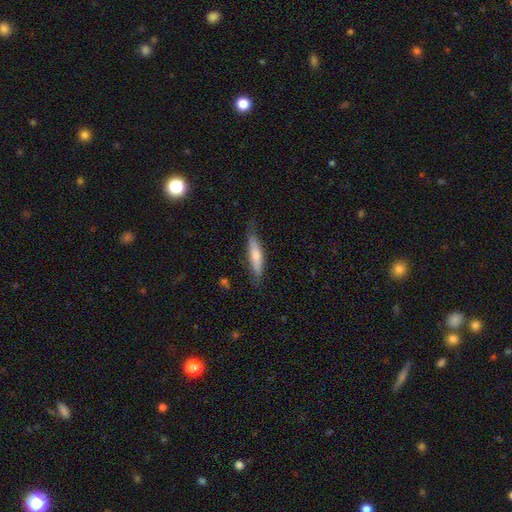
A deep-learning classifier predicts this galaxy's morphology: Overall: smooth (66%; featured or disk 28%). How rounded: cigar-shaped (81%). Merging: none (72%).